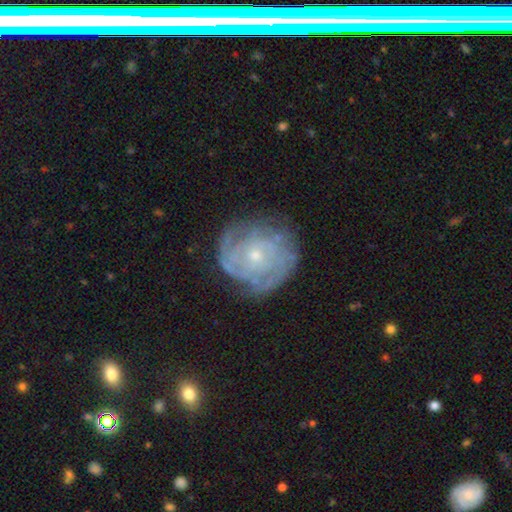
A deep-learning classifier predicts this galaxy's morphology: The model was most divided on "spiral arm count": can't tell: 36%, 2: 20%, 3: 19%, 4: 12%, more than 4: 7%, 1: 6%. More confident: edge-on disk — no (97%); spiral arms — yes (93%); smooth or featured — featured or disk (82%); bar — no (79%); merging — none (75%); bulge size — small (74%); spiral winding — tight (73%).